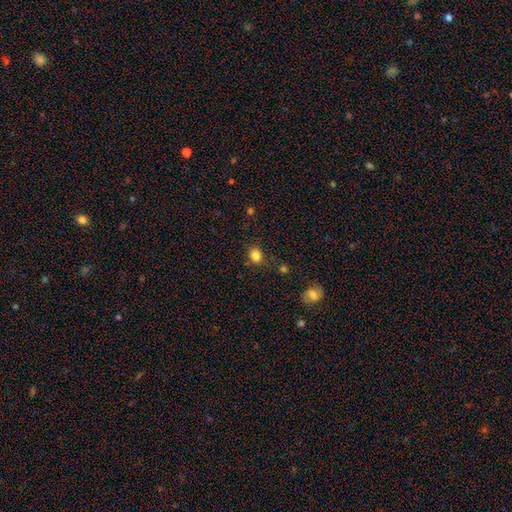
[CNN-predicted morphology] Smooth or featured?
  - smooth: 84% *
  - star or artifact: 12%
  - featured or disk: 5%
How rounded?
  - round: 66% *
  - in between: 34%
  - cigar-shaped: 1%
Merging?
  - none: 81% *
  - minor disturbance: 13%
  - major disturbance: 4%
  - merger: 3%